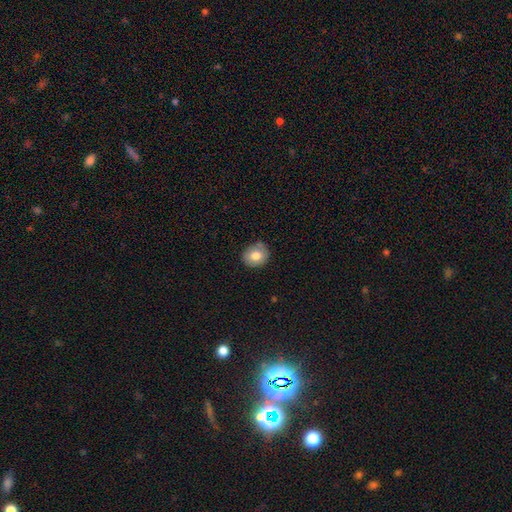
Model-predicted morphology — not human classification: smooth 77%, featured or disk 15%, star or artifact 8%. Down the decision tree: how rounded — round (73%); merging — none (80%).